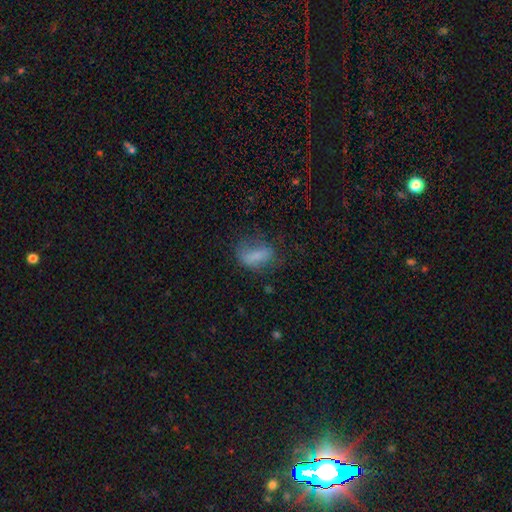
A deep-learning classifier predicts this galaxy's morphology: type=smooth (69%); roundness=in between (79%); merging=none (43%).